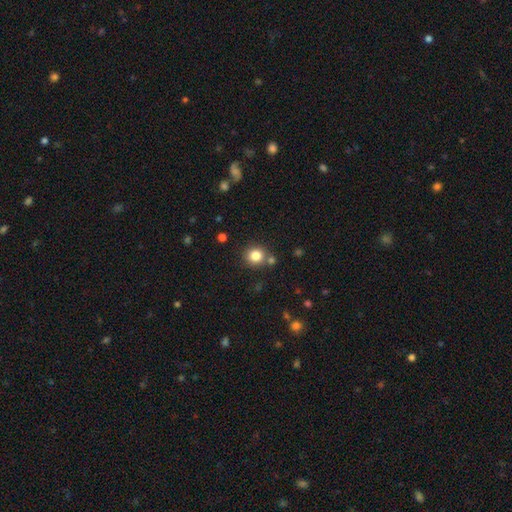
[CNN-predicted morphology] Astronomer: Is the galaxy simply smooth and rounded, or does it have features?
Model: smooth — 82%.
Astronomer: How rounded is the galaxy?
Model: round — 89%.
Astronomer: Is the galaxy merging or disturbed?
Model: none — 78%.